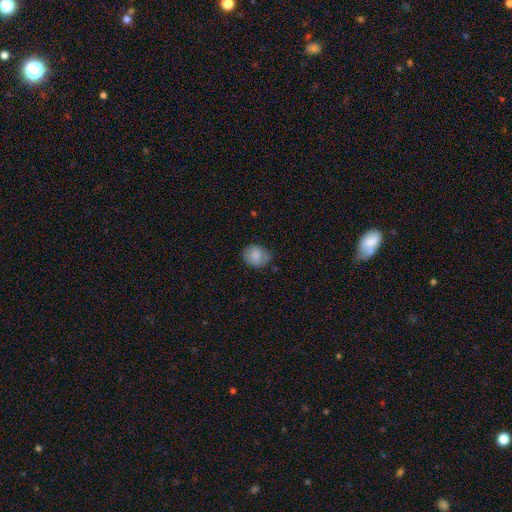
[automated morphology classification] Smooth or featured? smooth (81%)
How rounded? round (63%)
Merging? none (69%)